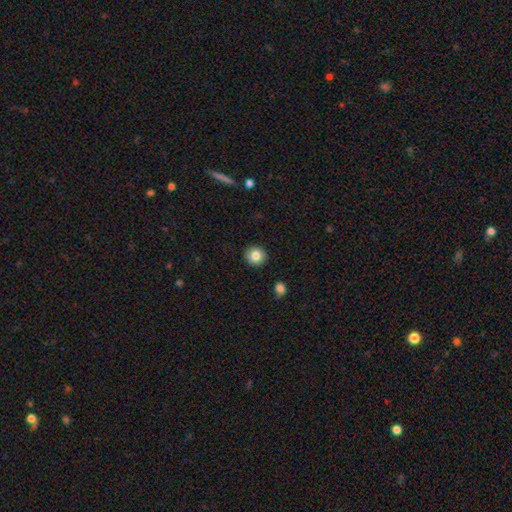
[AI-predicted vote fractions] Smooth or featured?
  - smooth: 82% *
  - star or artifact: 9%
  - featured or disk: 9%
How rounded?
  - round: 93% *
  - in between: 6%
  - cigar-shaped: 1%
Merging?
  - none: 92% *
  - minor disturbance: 5%
  - major disturbance: 2%
  - merger: 1%